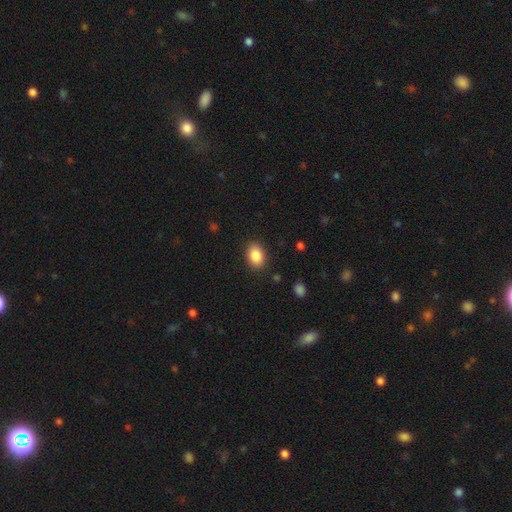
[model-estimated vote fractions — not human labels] Q: Smooth or featured?
A: smooth (87%); runner-up: star or artifact (8%)
Q: How rounded?
A: in between (80%); runner-up: round (19%)
Q: Merging?
A: none (87%); runner-up: minor disturbance (9%)